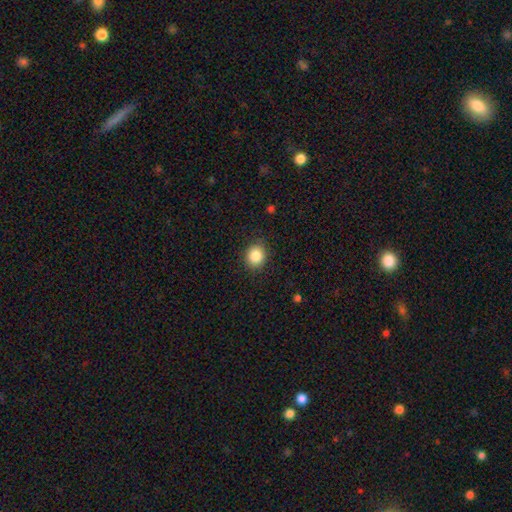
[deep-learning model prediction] This appears to be a smooth galaxy with no disk features (86%) that is round (74%). Merging: none (87%).